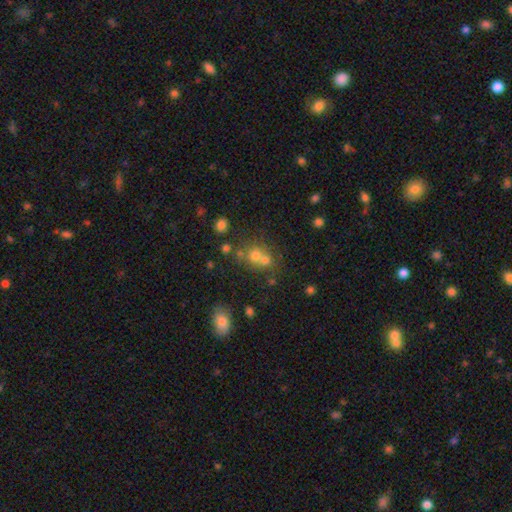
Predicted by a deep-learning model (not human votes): The model was most divided on "merging": merger: 47%, none: 41%, minor disturbance: 8%, major disturbance: 4%. More confident: how rounded — round (78%); smooth or featured — smooth (64%).